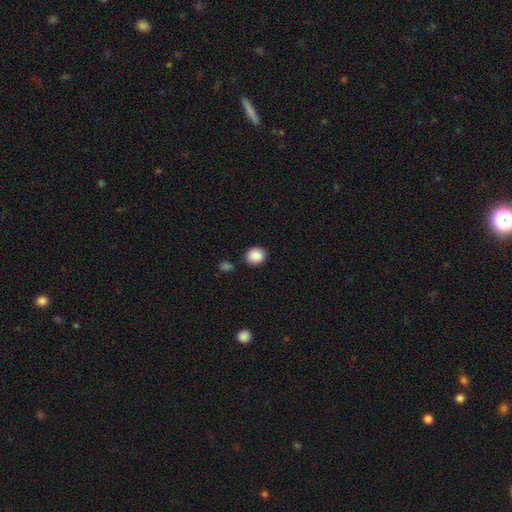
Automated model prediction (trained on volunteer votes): Smooth or featured: smooth — 88% (star or artifact — 8%)
How rounded: round — 70% (in between — 29%)
Merging: none — 81% (minor disturbance — 11%)